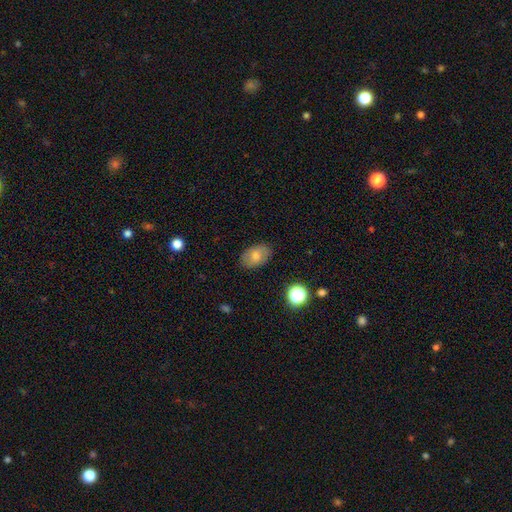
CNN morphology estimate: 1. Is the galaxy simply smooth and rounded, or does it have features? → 77% smooth, 14% featured or disk, 9% star or artifact.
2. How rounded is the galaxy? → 86% in between, 12% round, 1% cigar-shaped.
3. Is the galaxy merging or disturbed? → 84% none, 12% minor disturbance, 3% major disturbance, 1% merger.